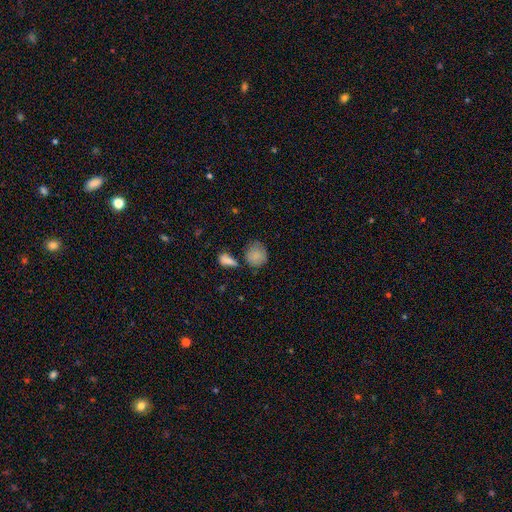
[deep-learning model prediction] The model was most divided on "merging": none: 60%, minor disturbance: 22%, merger: 11%, major disturbance: 7%. More confident: smooth or featured — smooth (85%); how rounded — round (74%).